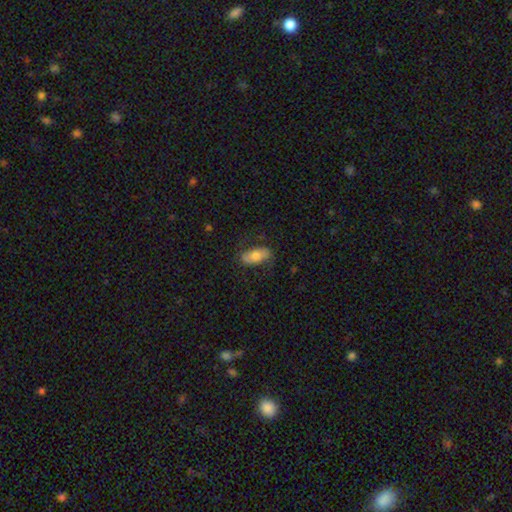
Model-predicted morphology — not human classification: Overall: smooth (65%; featured or disk 28%). How rounded: in between (88%). Merging: none (71%).